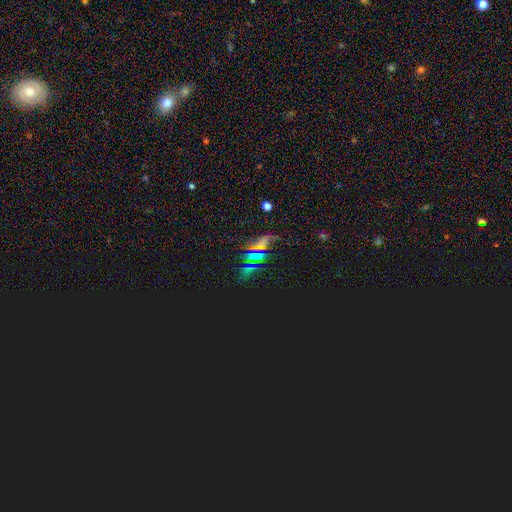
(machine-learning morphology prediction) A star or artifact, not a galaxy (61%).

Vote fractions:
- Smooth or featured? star or artifact: 61% / smooth: 28% / featured or disk: 11%